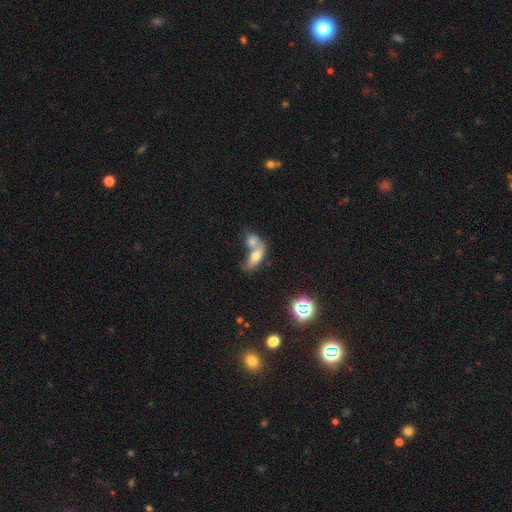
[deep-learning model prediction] Q: Smooth or featured?
A: smooth (60%); runner-up: featured or disk (28%)
Q: How rounded?
A: in between (78%); runner-up: round (12%)
Q: Merging?
A: merger (73%); runner-up: none (14%)